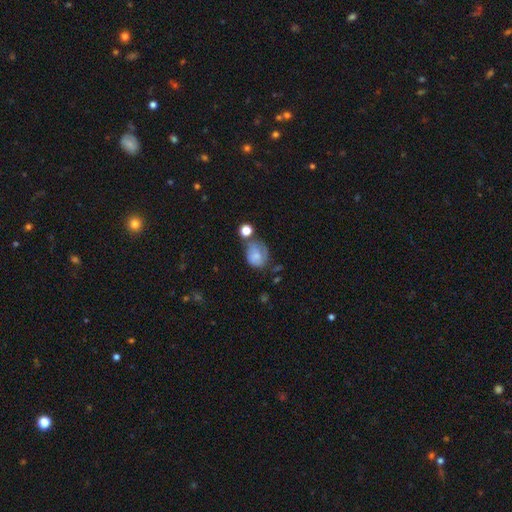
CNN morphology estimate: The model was most divided on "merging": none: 36%, minor disturbance: 30%, major disturbance: 20%, merger: 15%. More confident: smooth or featured — smooth (64%); how rounded — round (55%).